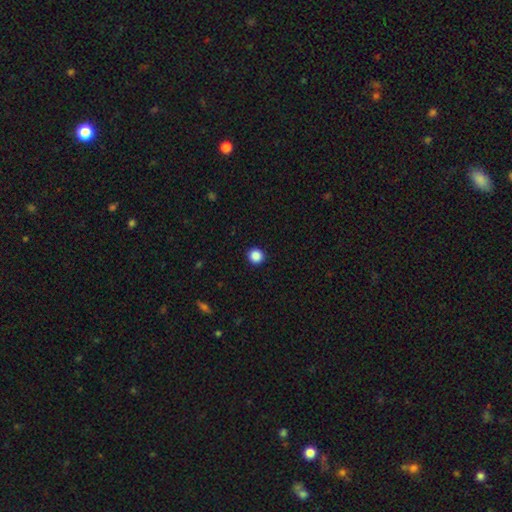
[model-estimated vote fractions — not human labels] A smooth galaxy with no disk features (88%) that is round (95%).

Vote fractions:
- Smooth or featured? smooth: 88% / star or artifact: 10% / featured or disk: 2%
- How rounded? round: 95% / in between: 4% / cigar-shaped: 1%
- Merging? none: 93% / minor disturbance: 4% / major disturbance: 2% / merger: 1%